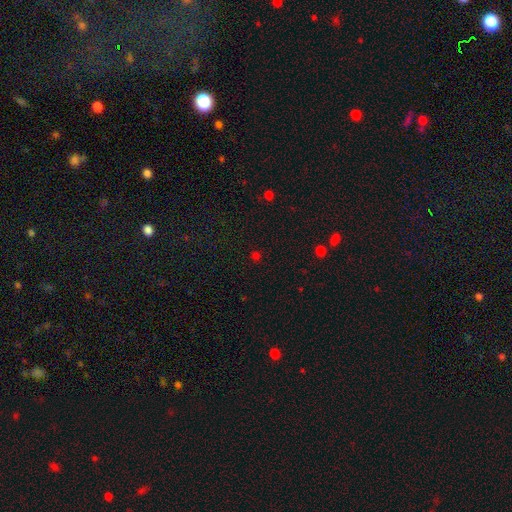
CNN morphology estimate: The model was most divided on "smooth or featured": smooth: 55%, star or artifact: 40%, featured or disk: 5%. More confident: how rounded — round (89%); merging — none (85%).